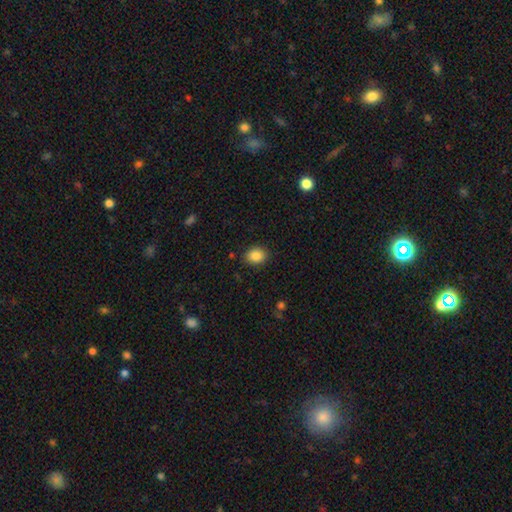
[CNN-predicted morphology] smooth_or_featured: smooth (p=0.87) [alt: star or artifact p=0.09]
how_rounded: in between (p=0.53) [alt: round p=0.46]
merging: none (p=0.88) [alt: minor disturbance p=0.09]